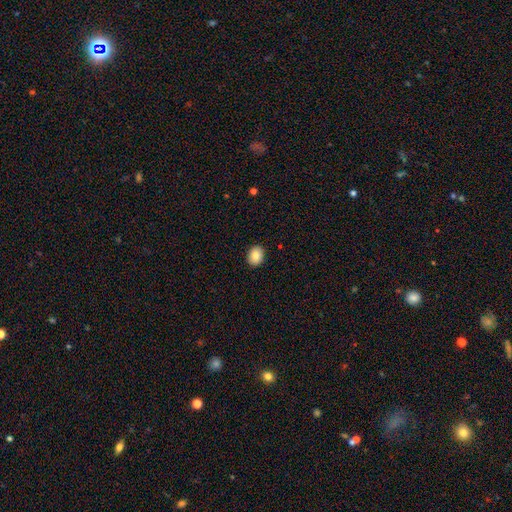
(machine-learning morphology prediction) Smooth or featured?
  - smooth: 84% *
  - featured or disk: 8%
  - star or artifact: 8%
How rounded?
  - in between: 56% *
  - round: 43%
  - cigar-shaped: 1%
Merging?
  - none: 91% *
  - minor disturbance: 7%
  - major disturbance: 2%
  - merger: 1%